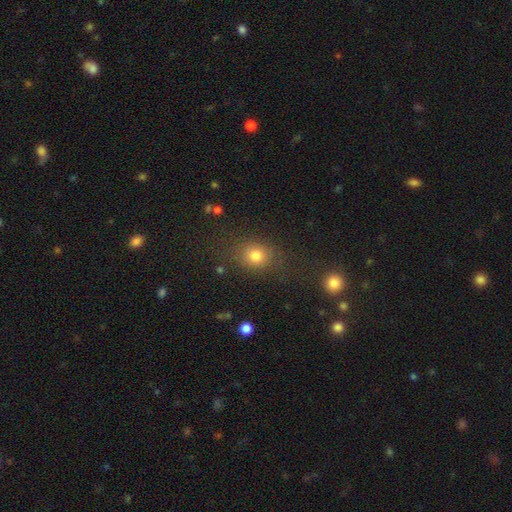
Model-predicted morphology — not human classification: Overall: smooth (78%). How rounded: round (66%; in between 32%). Merging: none (76%).